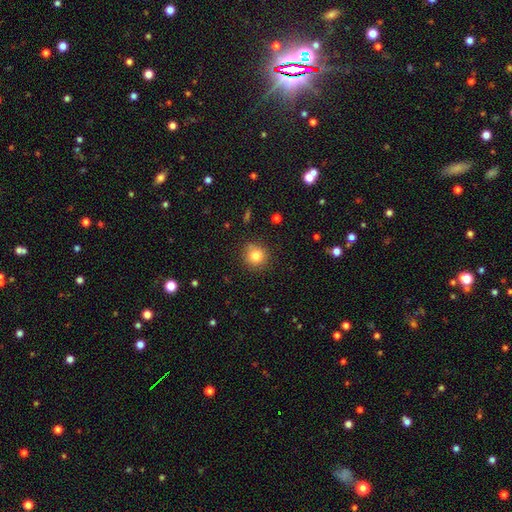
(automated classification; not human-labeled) Smooth or featured?
  - smooth: 81% *
  - star or artifact: 11%
  - featured or disk: 8%
How rounded?
  - round: 92% *
  - in between: 7%
  - cigar-shaped: 1%
Merging?
  - none: 85% *
  - minor disturbance: 10%
  - major disturbance: 3%
  - merger: 2%